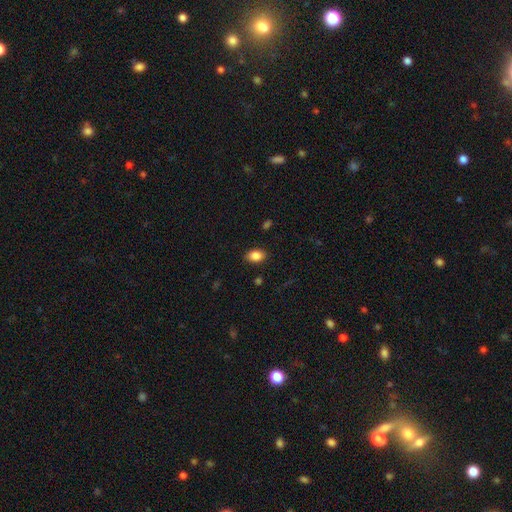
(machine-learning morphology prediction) This appears to be a smooth galaxy with no disk features (87%) that is in between round and cigar-shaped (80%). Merging: none (86%).